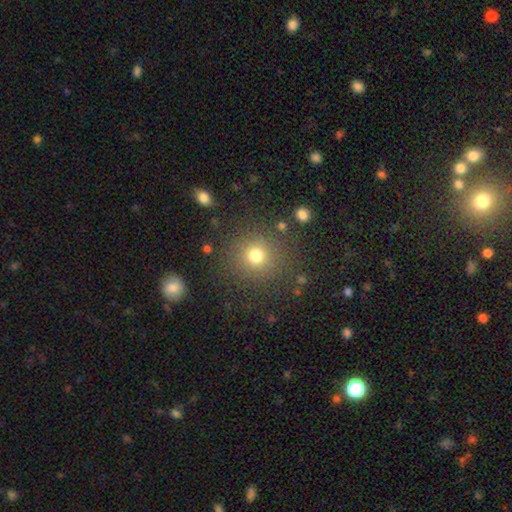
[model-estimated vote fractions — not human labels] This appears to be a smooth galaxy with no disk features (75%) that is round (91%). Merging: none (85%).